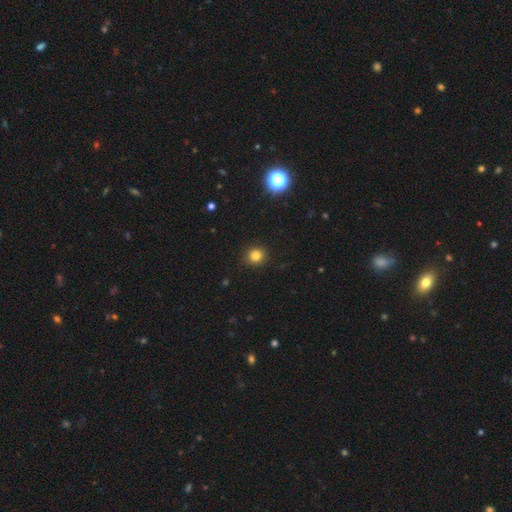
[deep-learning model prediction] Q: Smooth or featured?
A: smooth (82%); runner-up: star or artifact (14%)
Q: How rounded?
A: round (88%); runner-up: in between (11%)
Q: Merging?
A: none (91%); runner-up: minor disturbance (6%)